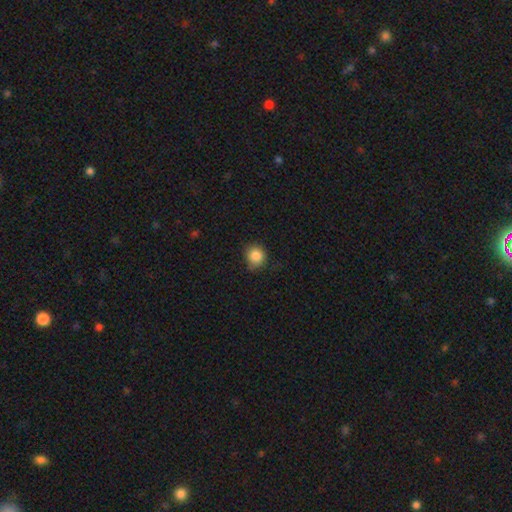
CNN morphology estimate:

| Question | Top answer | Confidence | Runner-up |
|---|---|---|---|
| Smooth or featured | smooth | 86% | star or artifact (10%) |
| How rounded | round | 88% | in between (11%) |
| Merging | none | 77% | minor disturbance (18%) |